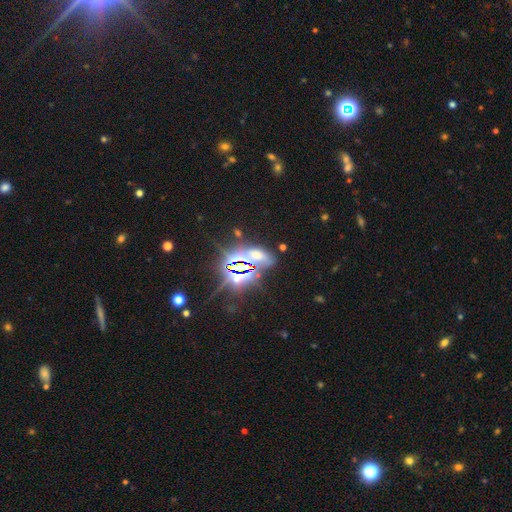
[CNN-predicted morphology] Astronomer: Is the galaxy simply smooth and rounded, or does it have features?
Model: star or artifact — 58%.